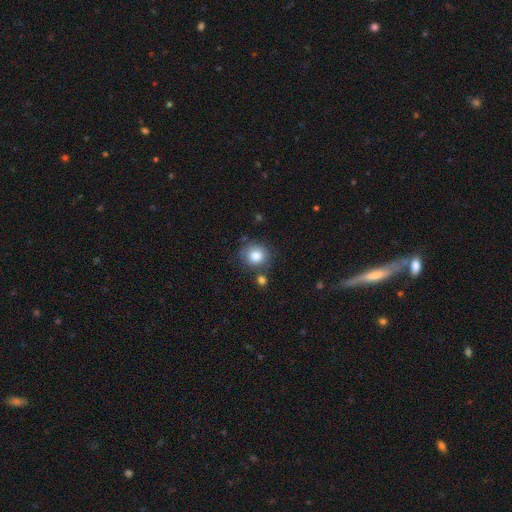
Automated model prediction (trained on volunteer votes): Morphology: type=smooth (82%); roundness=round (81%); merging=none (69%).